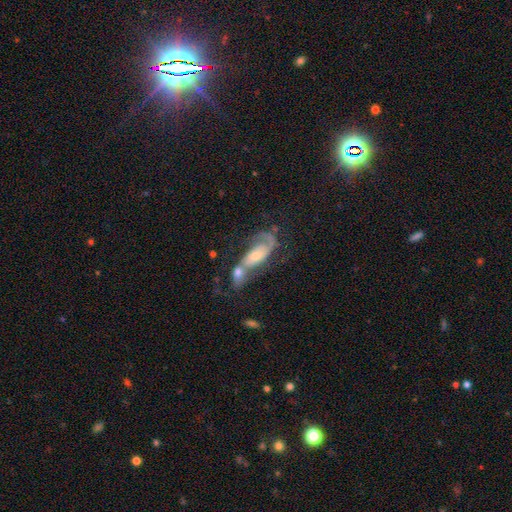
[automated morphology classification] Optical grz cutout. It shows a featured or disk galaxy (72%) with no bar (61%), 2 (55%) medium (41%) spiral arms (86%) and a moderate central bulge (49%). Merging: merger (51%).